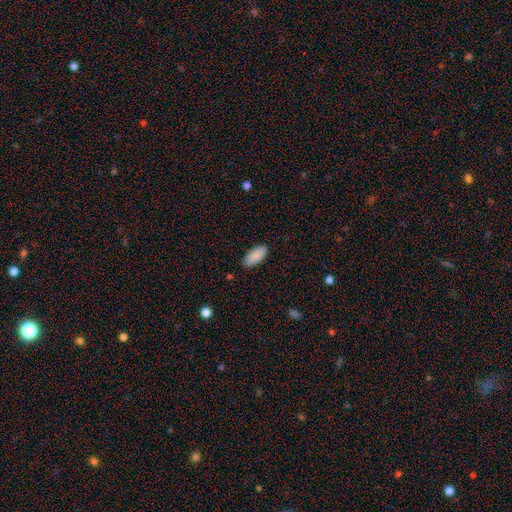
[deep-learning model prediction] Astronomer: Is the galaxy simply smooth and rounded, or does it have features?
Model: smooth — 89%.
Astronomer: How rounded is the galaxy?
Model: in between — 89%.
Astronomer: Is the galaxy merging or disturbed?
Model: none — 87%.